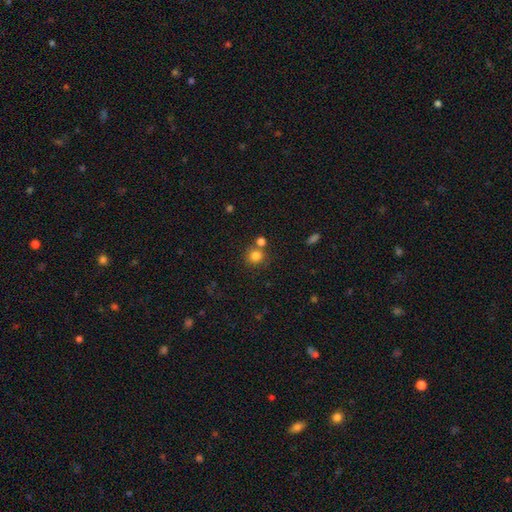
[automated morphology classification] This is clearly a smooth galaxy (81%). How rounded: clearly round (89%). Merging: likely none (68%).